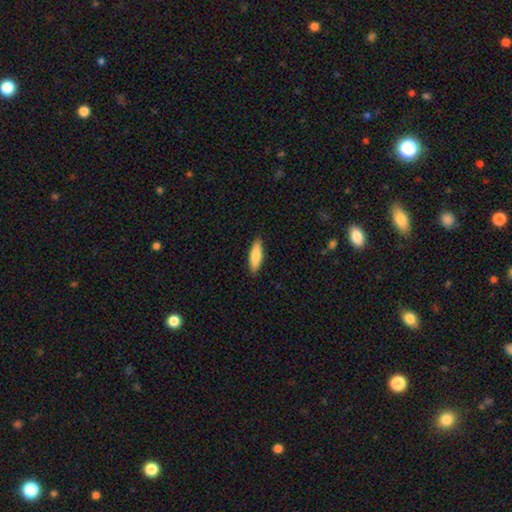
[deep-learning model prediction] smooth 82%, featured or disk 13%, star or artifact 5%. Down the decision tree: how rounded — cigar-shaped (55%); merging — none (89%).